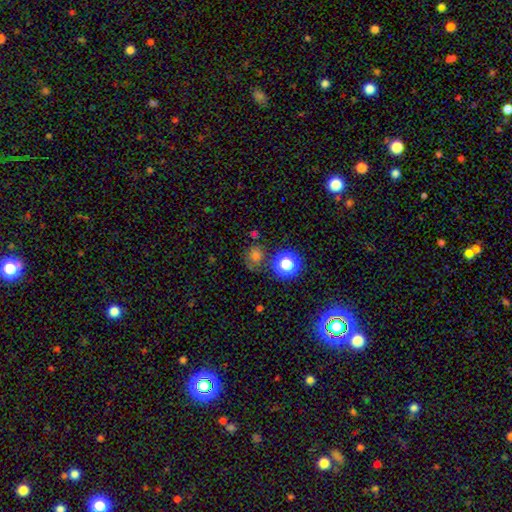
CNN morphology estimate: Q: Smooth or featured?
A: smooth (62%); runner-up: star or artifact (26%)
Q: How rounded?
A: round (76%); runner-up: in between (23%)
Q: Merging?
A: none (63%); runner-up: minor disturbance (19%)